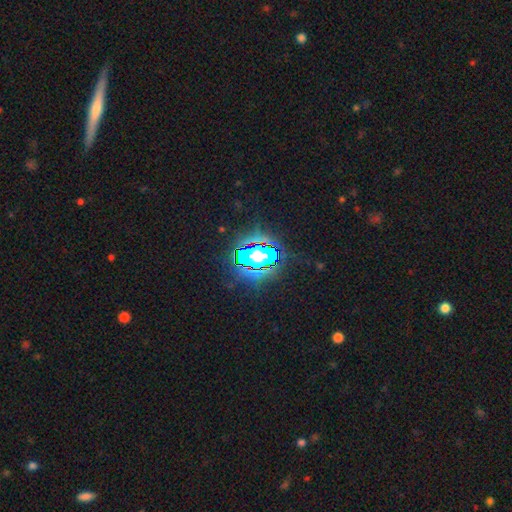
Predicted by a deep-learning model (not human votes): This is clearly a star or artifact rather than a galaxy (82%).